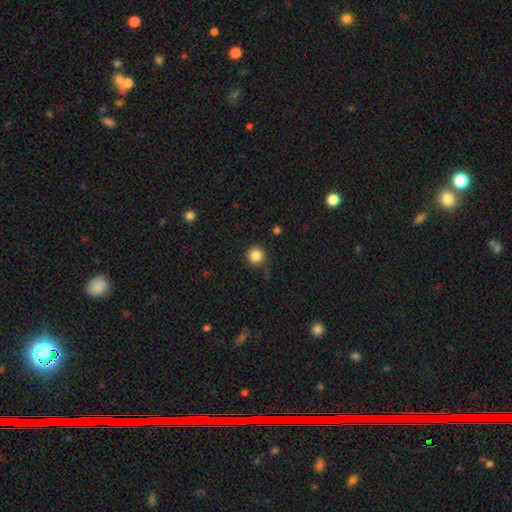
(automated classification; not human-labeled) Morphology: type=smooth (85%); roundness=round (95%); merging=none (83%).